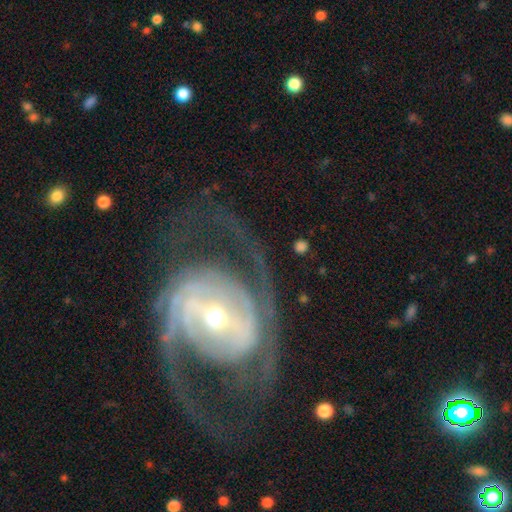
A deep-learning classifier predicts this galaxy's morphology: Overall: featured or disk (89%). Edge-on disk: no (96%). Bar: strong (41%; weak 34%). Spiral arms: yes (93%). Spiral arm count: 2 (81%). Spiral winding: medium (50%; tight 28%). Bulge size: small (49%; moderate 43%). Merging: none (66%).